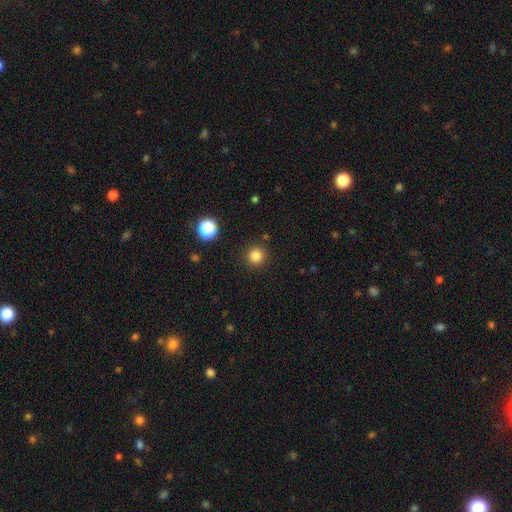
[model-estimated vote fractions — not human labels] Overall: smooth (82%). How rounded: round (94%). Merging: none (90%).